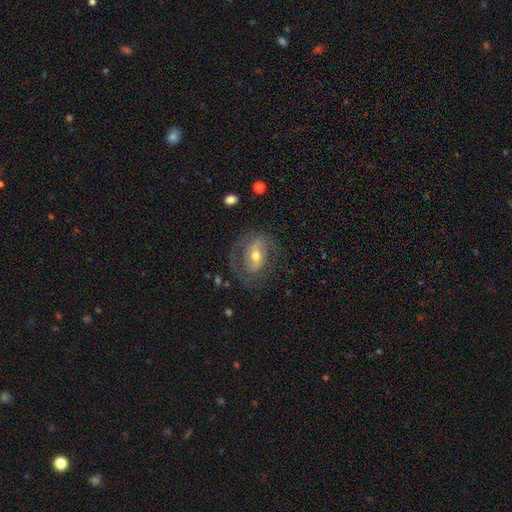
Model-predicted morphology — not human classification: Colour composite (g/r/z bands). It shows a featured or disk galaxy (72%) with a weak bar (41%), 2 (69%) medium (45%) spiral arms (77%) and a moderate central bulge (72%). Merging: none (63%).